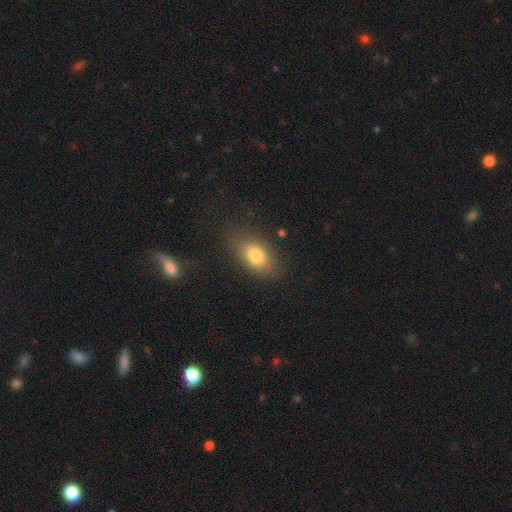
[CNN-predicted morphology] Smooth or featured?
  - smooth: 78% *
  - featured or disk: 13%
  - star or artifact: 9%
How rounded?
  - in between: 83% *
  - round: 14%
  - cigar-shaped: 3%
Merging?
  - none: 76% *
  - minor disturbance: 16%
  - major disturbance: 7%
  - merger: 2%